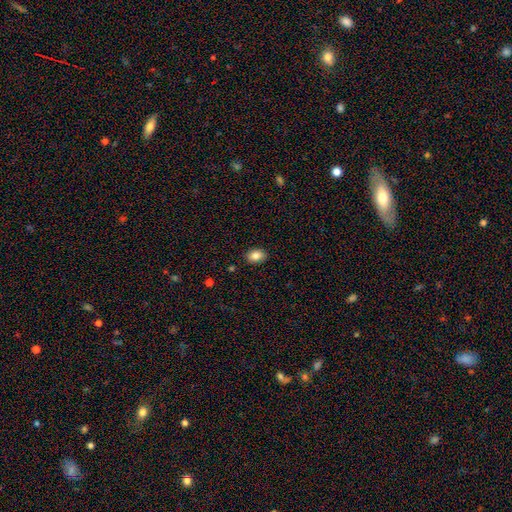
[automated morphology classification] Smooth or featured? smooth (84%)
How rounded? in between (74%)
Merging? none (89%)